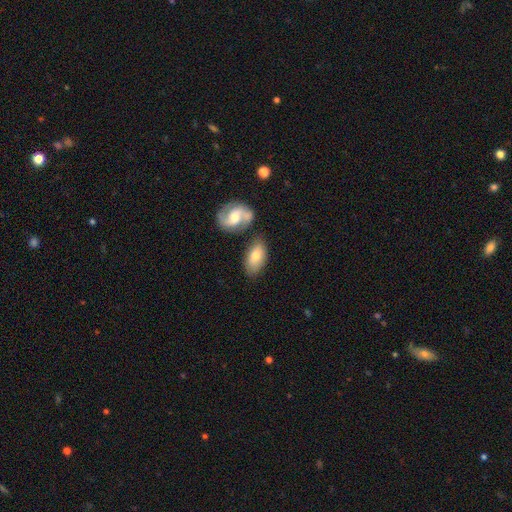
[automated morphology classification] Q: Smooth or featured?
A: smooth (67%); runner-up: featured or disk (26%)
Q: How rounded?
A: in between (91%); runner-up: round (5%)
Q: Merging?
A: none (66%); runner-up: minor disturbance (16%)